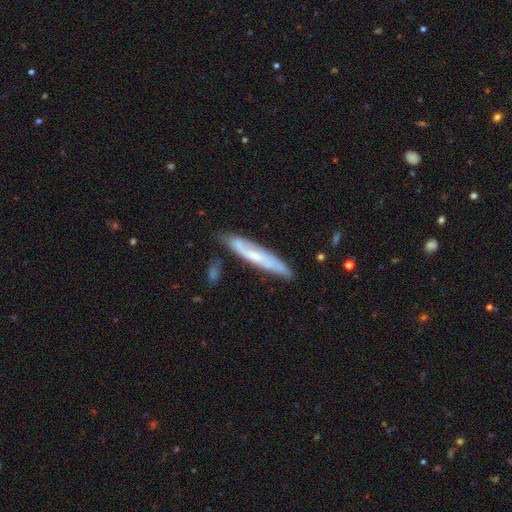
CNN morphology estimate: This is possibly a featured or disk galaxy (57%). It is possibly viewed edge-on (58%). Merging: likely none (71%).